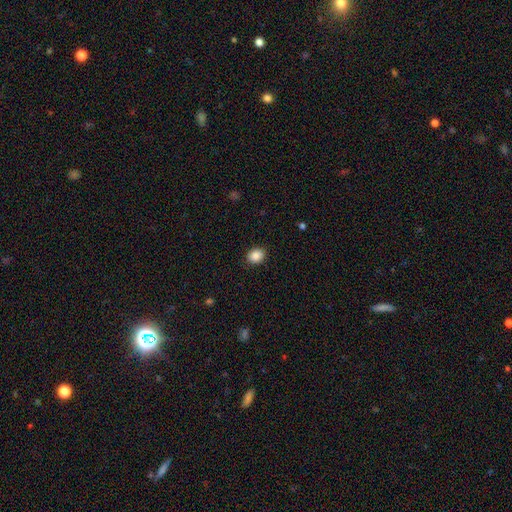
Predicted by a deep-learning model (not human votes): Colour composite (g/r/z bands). It shows a smooth galaxy with no disk features (87%) that is round (53%). Merging: none (88%).